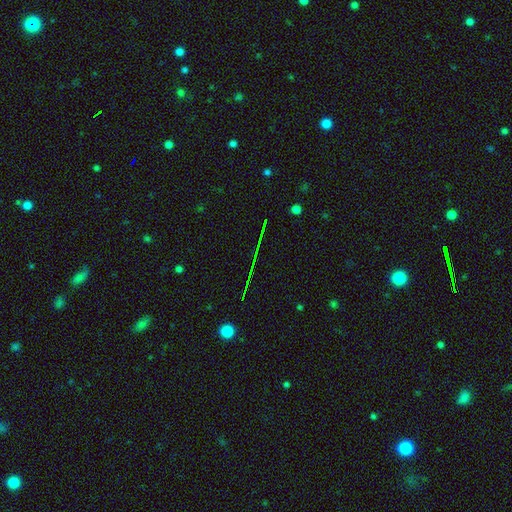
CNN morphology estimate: Smooth or featured: star or artifact — 71% (featured or disk — 16%)